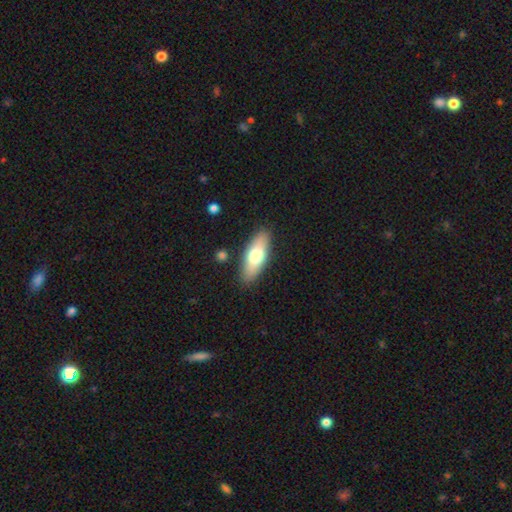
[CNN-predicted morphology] Smooth or featured? Predicted: smooth (p=0.68). How rounded? Predicted: in between (p=0.71). Merging? Predicted: none (p=0.87).